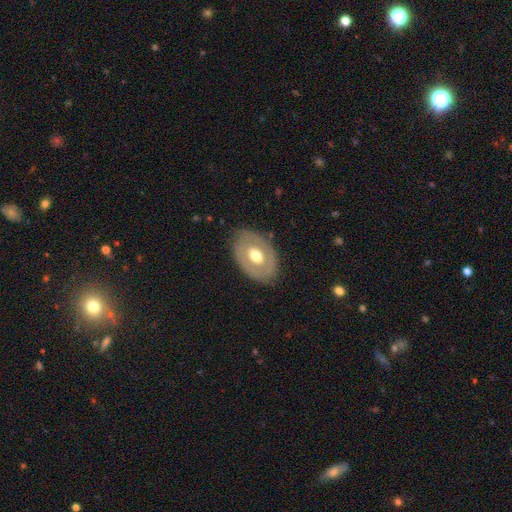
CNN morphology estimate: Smooth or featured? Predicted: featured or disk (p=0.51). Edge-on disk? Predicted: no (p=0.91). Merging? Predicted: none (p=0.78).